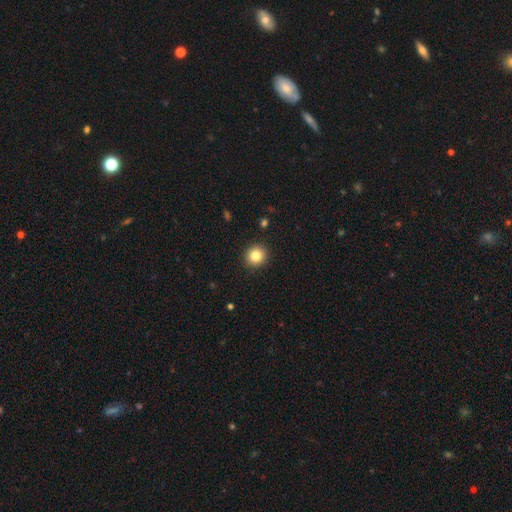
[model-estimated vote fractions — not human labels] smooth 83%, star or artifact 11%, featured or disk 6%. Down the decision tree: how rounded — round (89%); merging — none (92%).